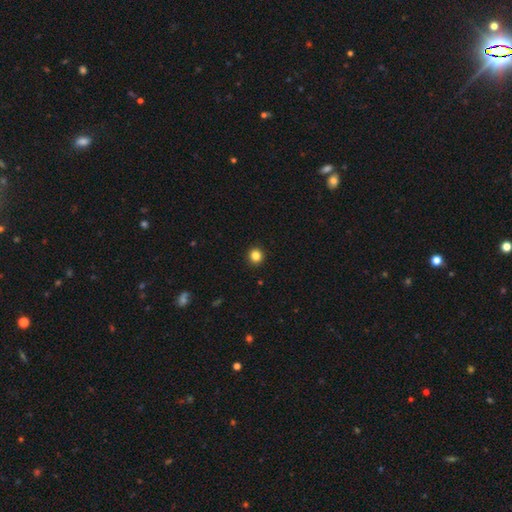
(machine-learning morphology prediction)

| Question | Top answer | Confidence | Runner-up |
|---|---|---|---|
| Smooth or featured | smooth | 84% | star or artifact (12%) |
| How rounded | round | 93% | in between (6%) |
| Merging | none | 93% | minor disturbance (4%) |